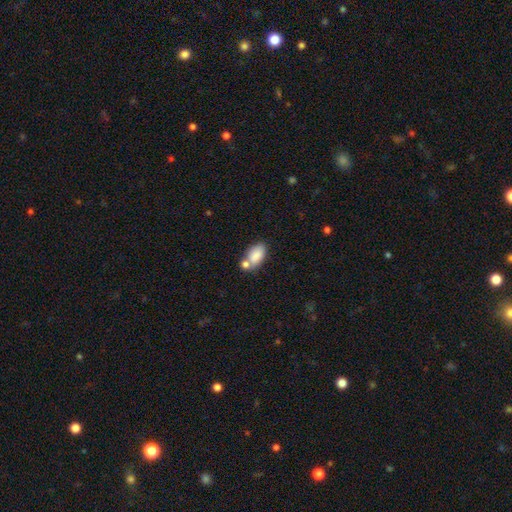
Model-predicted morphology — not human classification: smooth_or_featured: smooth (p=0.83) [alt: featured or disk p=0.09]
how_rounded: in between (p=0.92) [alt: round p=0.06]
merging: none (p=0.51) [alt: merger p=0.30]